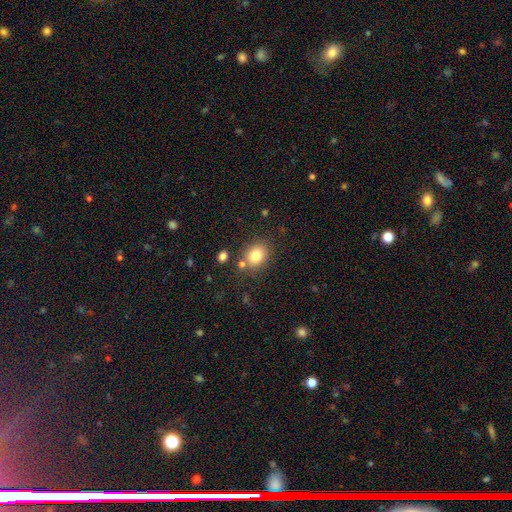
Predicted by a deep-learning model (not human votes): smooth_or_featured: smooth (p=0.80) [alt: star or artifact p=0.11]
how_rounded: round (p=0.55) [alt: in between p=0.44]
merging: none (p=0.73) [alt: minor disturbance p=0.12]